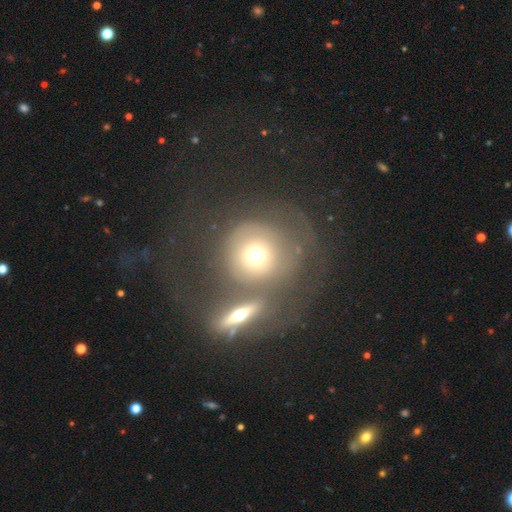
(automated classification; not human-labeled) Smooth or featured: smooth — 56% (featured or disk — 33%)
How rounded: round — 87% (in between — 11%)
Merging: none — 41% (merger — 32%)